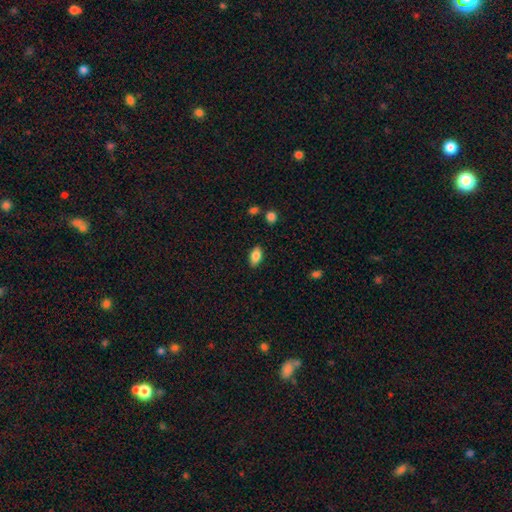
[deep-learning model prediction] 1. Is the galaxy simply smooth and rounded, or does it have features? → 85% smooth, 8% star or artifact, 7% featured or disk.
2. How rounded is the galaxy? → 91% in between, 5% cigar-shaped, 4% round.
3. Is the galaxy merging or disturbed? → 87% none, 10% minor disturbance, 2% major disturbance, 1% merger.